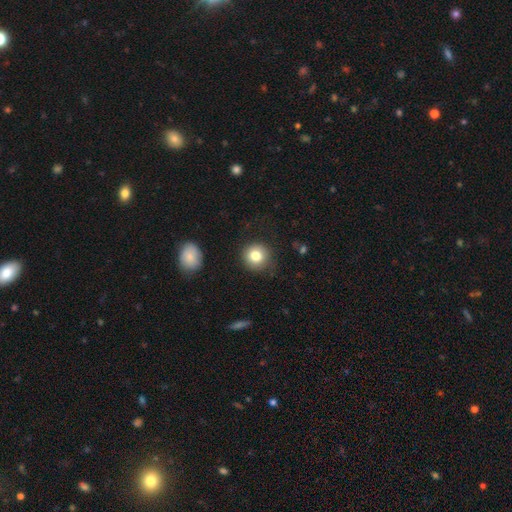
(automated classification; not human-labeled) smooth-or-featured: smooth: 81% | star or artifact: 10% | featured or disk: 9%
  how-rounded: round: 93% | in between: 6% | cigar-shaped: 1%
  merging: none: 84% | minor disturbance: 11% | major disturbance: 3% | merger: 2%